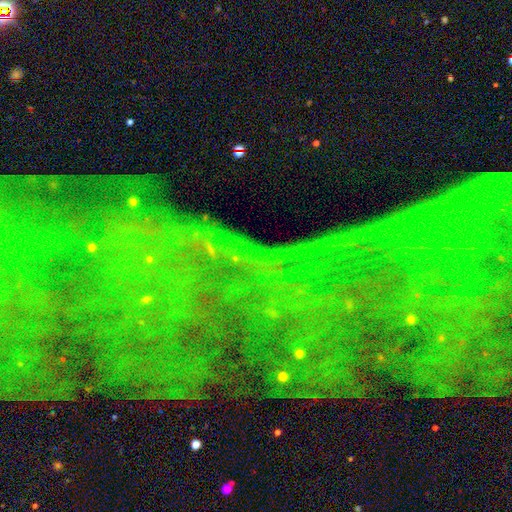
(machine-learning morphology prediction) Smooth or featured?
  - star or artifact: 81% *
  - featured or disk: 11%
  - smooth: 8%